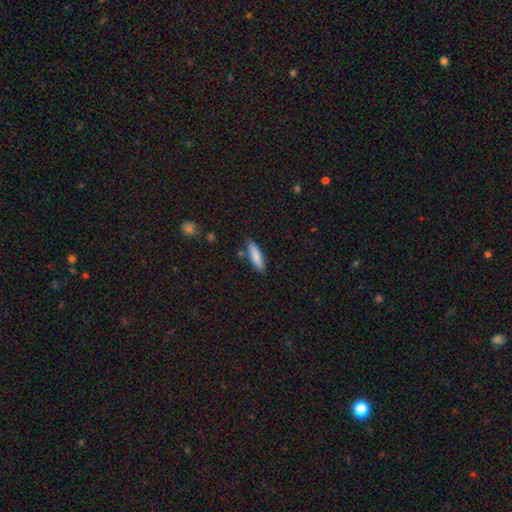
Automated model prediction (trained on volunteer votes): The model was most divided on "how rounded": cigar-shaped: 65%, in between: 34%, round: 2%. More confident: smooth or featured — smooth (82%); merging — none (79%).